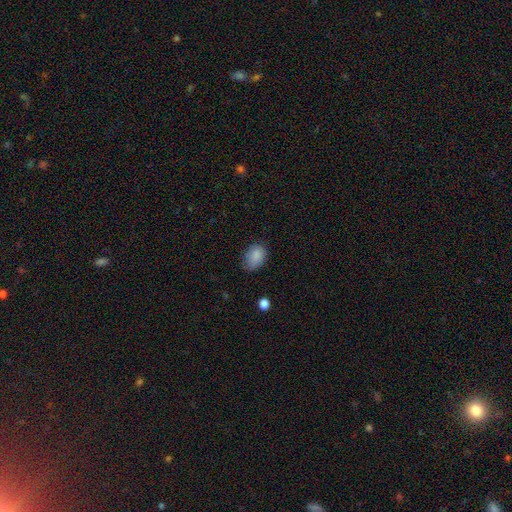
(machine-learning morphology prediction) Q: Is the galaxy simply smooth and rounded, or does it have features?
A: smooth — 86%.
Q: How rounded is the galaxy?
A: in between — 80%.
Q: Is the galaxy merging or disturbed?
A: none — 63%.